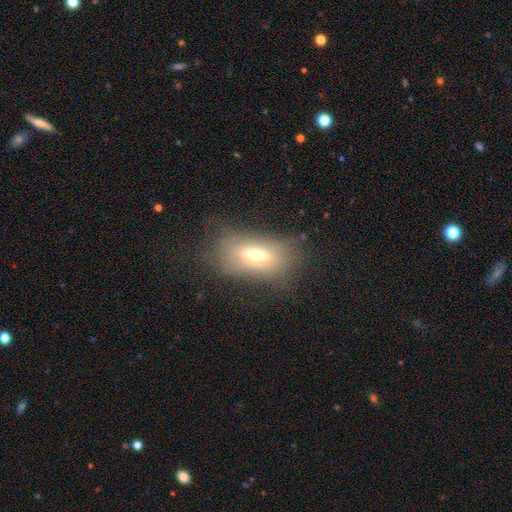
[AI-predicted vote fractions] Overall: smooth (48%; featured or disk 41%). Merging: none (70%).